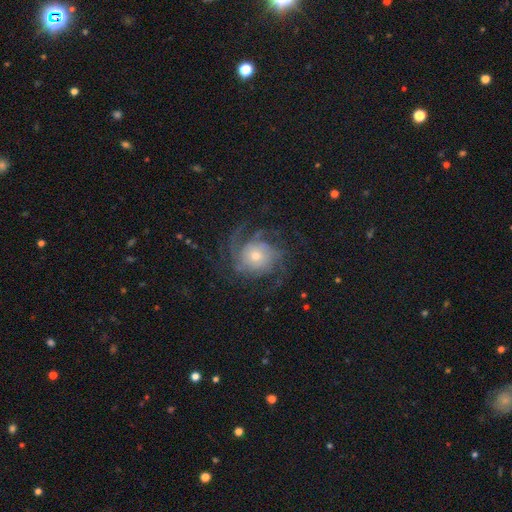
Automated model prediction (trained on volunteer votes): smooth-or-featured: featured or disk: 85% | smooth: 8% | star or artifact: 7%
  disk-edge-on: no: 98% | yes: 2%
    bar: no: 78% | weak: 18% | strong: 4%
    has-spiral-arms: yes: 96% | no: 4%
      spiral-winding: tight: 47% | medium: 38% | loose: 15%
      spiral-arm-count: 3: 27% | 4: 25% | can't tell: 20% | 2: 12% | more than 4: 9% | 1: 7%
    bulge-size: small: 45% | moderate: 43% | large: 9% | none: 2% | dominant: 2%
  merging: none: 70% | major disturbance: 15% | minor disturbance: 14% | merger: 1%